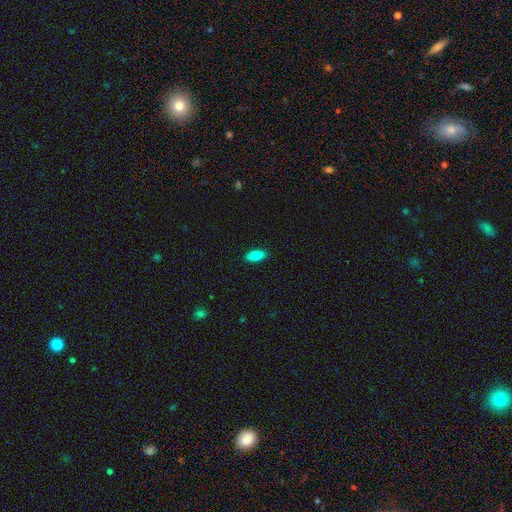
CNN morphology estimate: smooth-or-featured: smooth: 85% | featured or disk: 8% | star or artifact: 7%
  how-rounded: in between: 81% | cigar-shaped: 17% | round: 2%
  merging: none: 90% | minor disturbance: 8% | major disturbance: 2% | merger: 1%